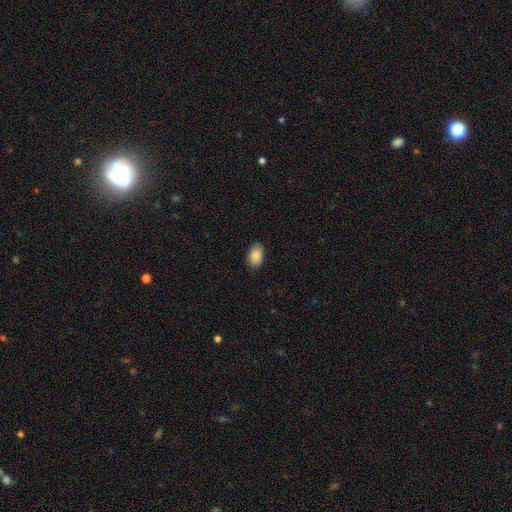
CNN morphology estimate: A smooth galaxy with no disk features (88%) that is in between round and cigar-shaped (93%).

Vote fractions:
- Smooth or featured? smooth: 88% / star or artifact: 7% / featured or disk: 5%
- How rounded? in between: 93% / round: 6% / cigar-shaped: 1%
- Merging? none: 88% / minor disturbance: 9% / major disturbance: 2% / merger: 1%